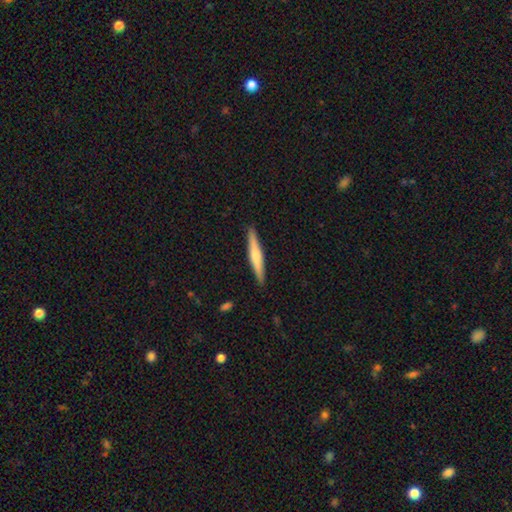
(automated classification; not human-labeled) Smooth or featured? Predicted: featured or disk (p=0.51). Edge-on disk? Predicted: yes (p=0.97). Merging? Predicted: none (p=0.91).